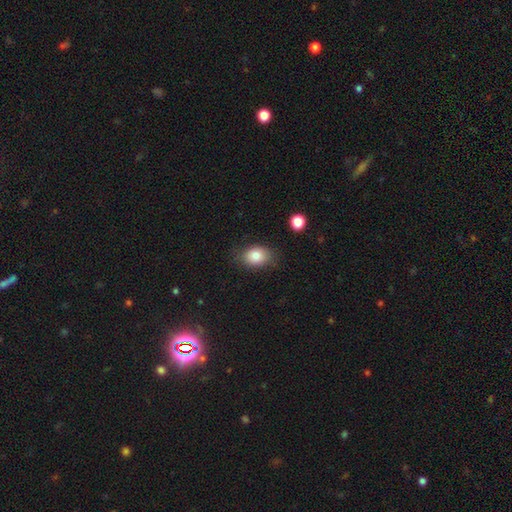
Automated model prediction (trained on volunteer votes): Smooth or featured?
  - smooth: 82% *
  - star or artifact: 9%
  - featured or disk: 9%
How rounded?
  - in between: 72% *
  - round: 27%
  - cigar-shaped: 1%
Merging?
  - none: 77% *
  - minor disturbance: 17%
  - major disturbance: 4%
  - merger: 2%